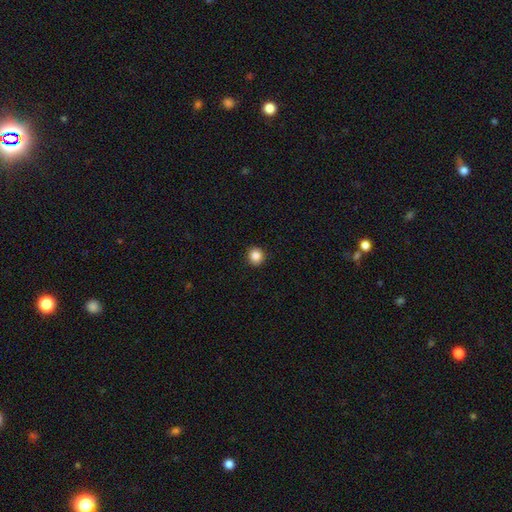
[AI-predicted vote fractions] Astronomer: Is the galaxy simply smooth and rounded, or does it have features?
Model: smooth — 86%.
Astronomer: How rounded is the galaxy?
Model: round — 93%.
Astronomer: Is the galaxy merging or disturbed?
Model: none — 92%.